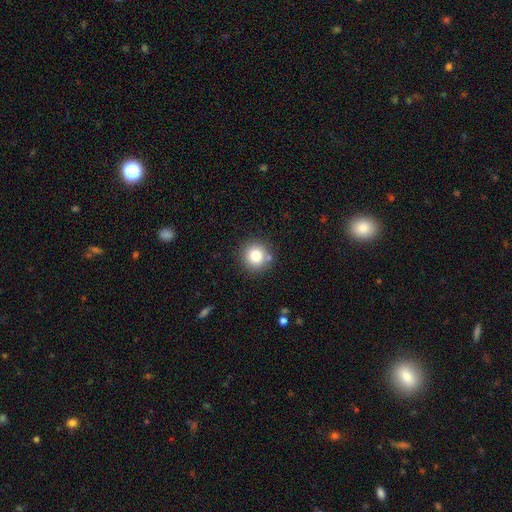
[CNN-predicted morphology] Smooth or featured: smooth — 81% (star or artifact — 11%)
How rounded: round — 93% (in between — 6%)
Merging: none — 83% (minor disturbance — 9%)